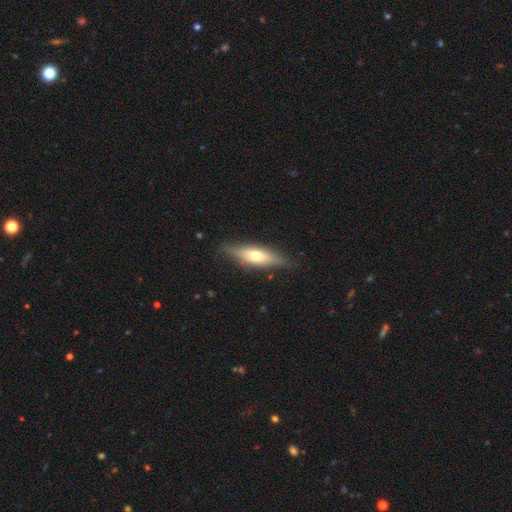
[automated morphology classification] smooth-or-featured: smooth: 50% | featured or disk: 44% | star or artifact: 6%
  merging: none: 82% | minor disturbance: 14% | major disturbance: 3% | merger: 1%